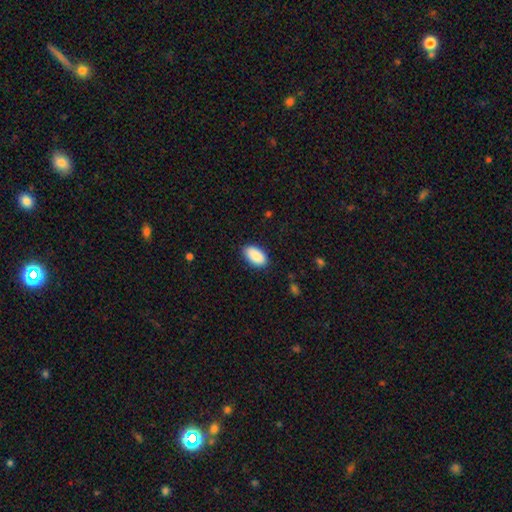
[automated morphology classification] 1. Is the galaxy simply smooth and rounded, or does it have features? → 89% smooth, 6% star or artifact, 5% featured or disk.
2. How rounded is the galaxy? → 95% in between, 4% round, 2% cigar-shaped.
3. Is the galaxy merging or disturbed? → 85% none, 11% minor disturbance, 2% major disturbance, 1% merger.